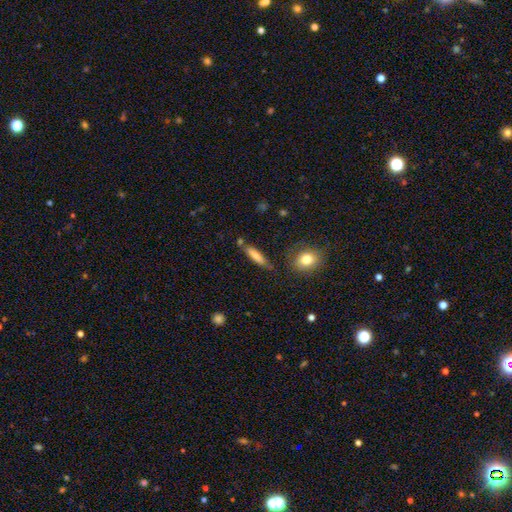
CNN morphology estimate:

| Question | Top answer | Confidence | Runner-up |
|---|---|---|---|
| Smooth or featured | smooth | 78% | featured or disk (15%) |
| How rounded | cigar-shaped | 78% | in between (20%) |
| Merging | none | 74% | minor disturbance (15%) |